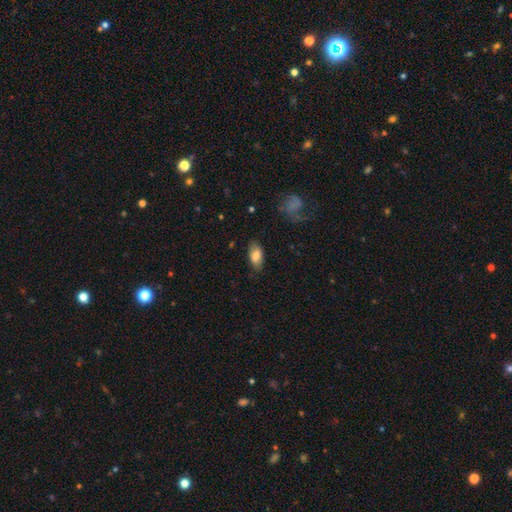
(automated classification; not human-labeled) Q: Smooth or featured?
A: smooth (81%); runner-up: featured or disk (12%)
Q: How rounded?
A: in between (91%); runner-up: cigar-shaped (6%)
Q: Merging?
A: none (78%); runner-up: minor disturbance (16%)